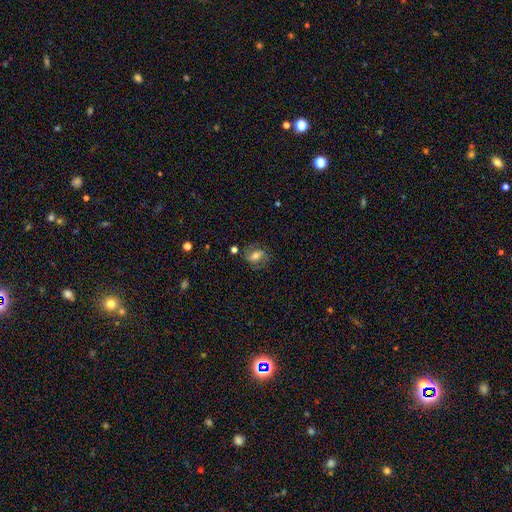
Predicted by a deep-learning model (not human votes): A featured or disk galaxy (48%). Merging: none (72%).